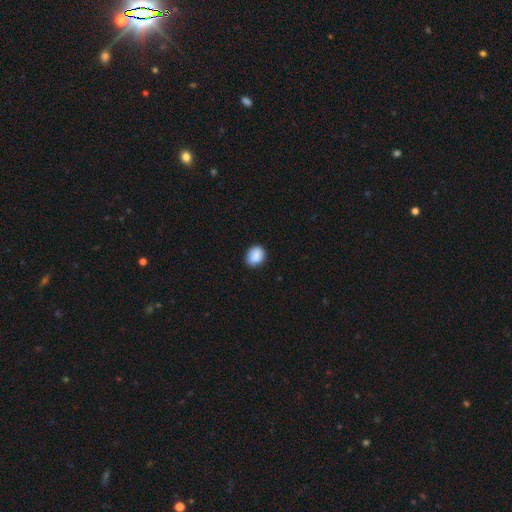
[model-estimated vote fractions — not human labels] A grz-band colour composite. It shows a smooth galaxy with no disk features (88%) that is in between round and cigar-shaped (50%). Merging: none (85%).